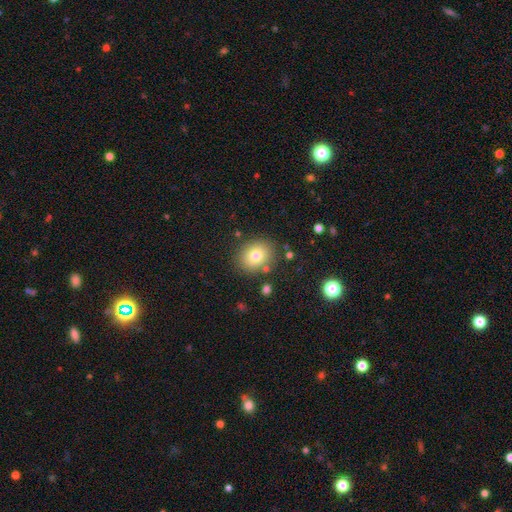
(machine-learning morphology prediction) Q: Smooth or featured?
A: smooth (77%); runner-up: star or artifact (11%)
Q: How rounded?
A: round (62%); runner-up: in between (37%)
Q: Merging?
A: none (83%); runner-up: minor disturbance (10%)